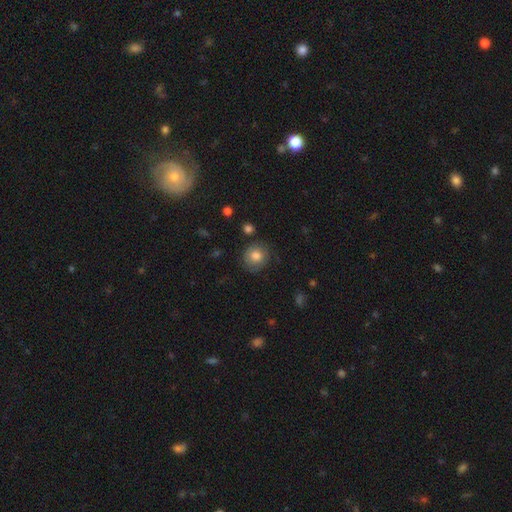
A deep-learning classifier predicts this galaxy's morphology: This is likely a smooth galaxy (80%). How rounded: clearly round (85%). Merging: likely none (78%).